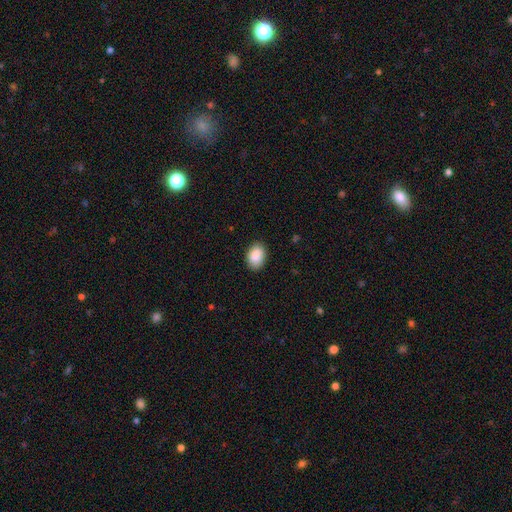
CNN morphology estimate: Smooth or featured? Predicted: smooth (p=0.90). How rounded? Predicted: in between (p=0.86). Merging? Predicted: none (p=0.87).